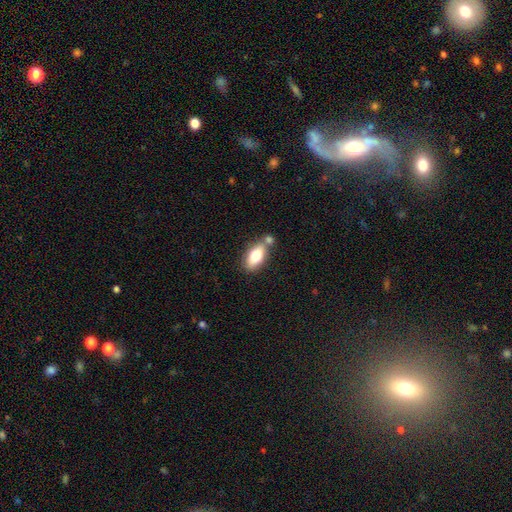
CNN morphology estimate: A smooth galaxy with no disk features (76%) that is in between round and cigar-shaped (88%).

Vote fractions:
- Smooth or featured? smooth: 76% / featured or disk: 17% / star or artifact: 7%
- How rounded? in between: 88% / cigar-shaped: 8% / round: 4%
- Merging? none: 59% / merger: 24% / minor disturbance: 13% / major disturbance: 4%